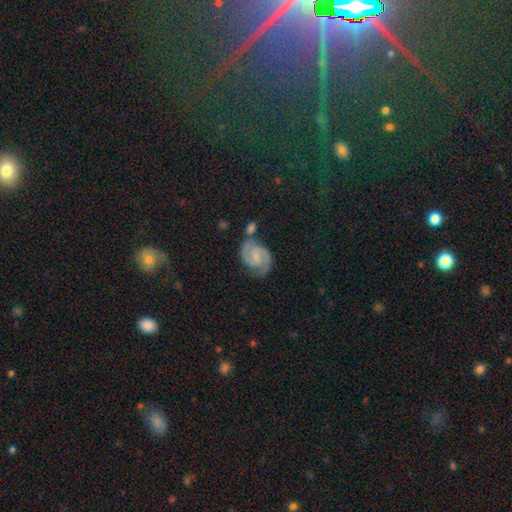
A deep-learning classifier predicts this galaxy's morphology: Overall: featured or disk (86%). Edge-on disk: no (98%). Bar: weak (45%; no 42%). Spiral arms: yes (98%). Spiral arm count: 2 (93%). Spiral winding: medium (48%; tight 45%). Bulge size: small (41%; none 36%). Merging: none (69%).